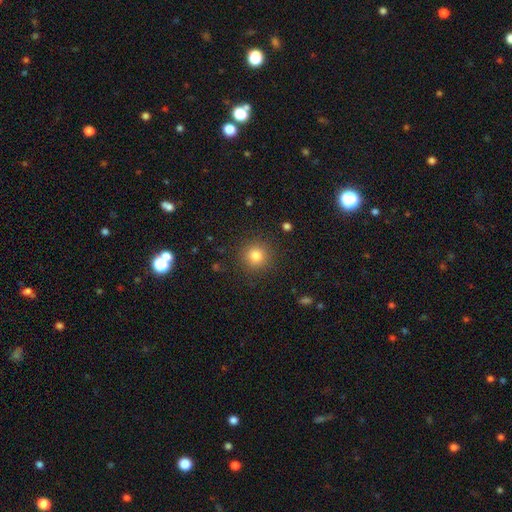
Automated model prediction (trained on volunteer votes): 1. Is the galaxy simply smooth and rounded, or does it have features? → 81% smooth, 13% star or artifact, 6% featured or disk.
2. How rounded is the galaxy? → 93% round, 6% in between, 1% cigar-shaped.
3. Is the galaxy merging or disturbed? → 89% none, 7% minor disturbance, 3% major disturbance, 1% merger.